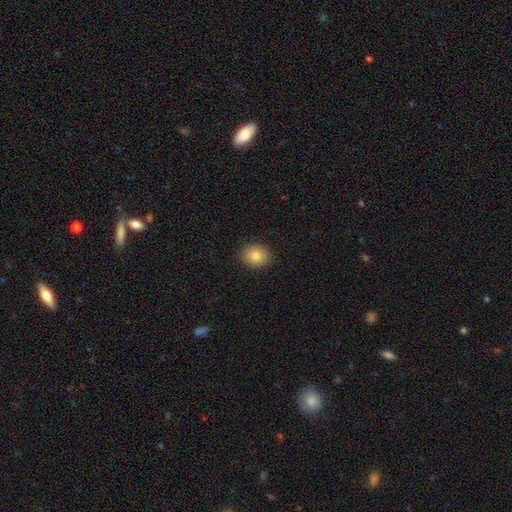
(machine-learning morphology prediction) Smooth or featured: smooth — 82% (star or artifact — 9%)
How rounded: round — 50% (tied with in between — 50%)
Merging: none — 90% (minor disturbance — 7%)